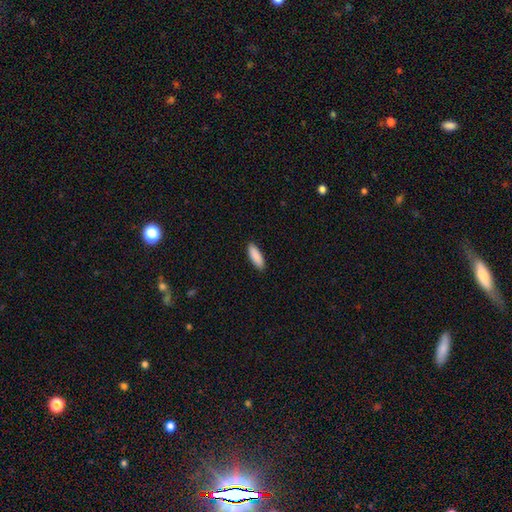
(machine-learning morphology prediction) Smooth or featured?
  - smooth: 91% *
  - star or artifact: 6%
  - featured or disk: 4%
How rounded?
  - in between: 56% *
  - cigar-shaped: 42%
  - round: 1%
Merging?
  - none: 90% *
  - minor disturbance: 7%
  - major disturbance: 2%
  - merger: 1%